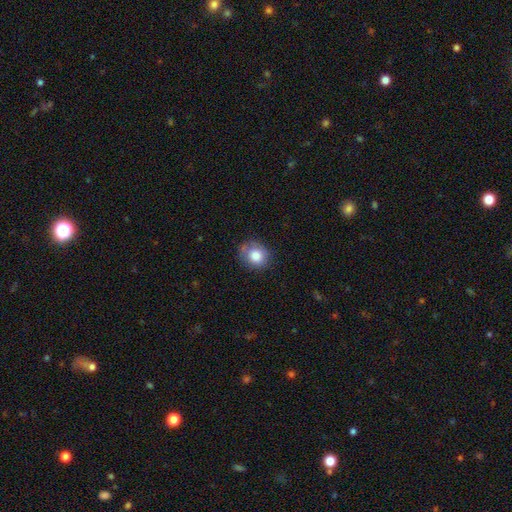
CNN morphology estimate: A smooth galaxy with no disk features (81%) that is round (75%). Merging: none (68%).